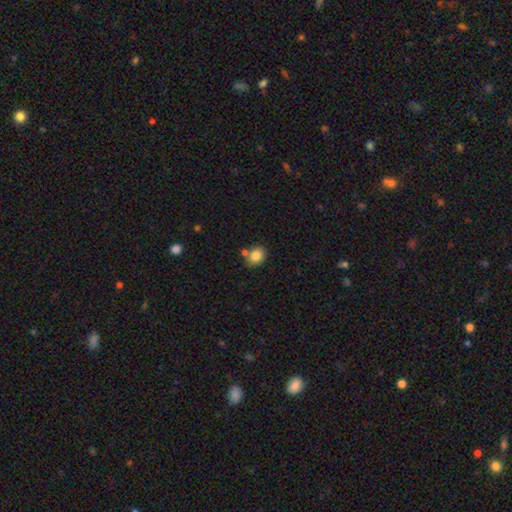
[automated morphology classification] Smooth or featured?
  - smooth: 83% *
  - star or artifact: 10%
  - featured or disk: 8%
How rounded?
  - round: 56% *
  - in between: 43%
  - cigar-shaped: 1%
Merging?
  - none: 66% *
  - merger: 17%
  - minor disturbance: 13%
  - major disturbance: 3%